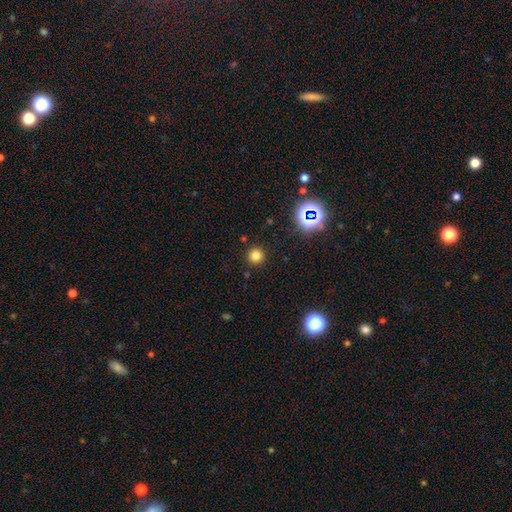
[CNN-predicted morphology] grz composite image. It shows a smooth galaxy with no disk features (78%) that is round (95%). Merging: none (90%).